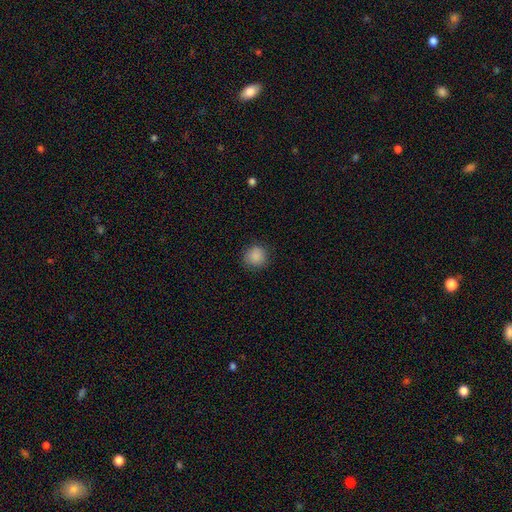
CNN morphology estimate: Smooth or featured? Predicted: smooth (p=0.88). How rounded? Predicted: round (p=0.90). Merging? Predicted: none (p=0.88).